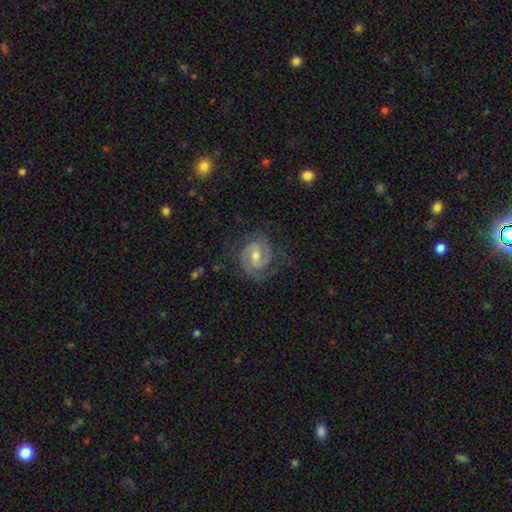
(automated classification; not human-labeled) Smooth or featured?
  - featured or disk: 84% *
  - smooth: 10%
  - star or artifact: 6%
Edge-on disk?
  - no: 97% *
  - yes: 3%
Bar?
  - weak: 51% *
  - no: 32%
  - strong: 17%
Spiral arms?
  - yes: 96% *
  - no: 4%
Spiral winding?
  - tight: 54% *
  - medium: 37%
  - loose: 9%
Spiral arm count?
  - 2: 66% *
  - can't tell: 13%
  - 3: 12%
  - 1: 5%
  - 4: 2%
  - more than 4: 2%
Bulge size?
  - moderate: 62% *
  - small: 33%
  - large: 3%
  - none: 1%
  - dominant: 1%
Merging?
  - none: 71% *
  - minor disturbance: 18%
  - major disturbance: 10%
  - merger: 1%